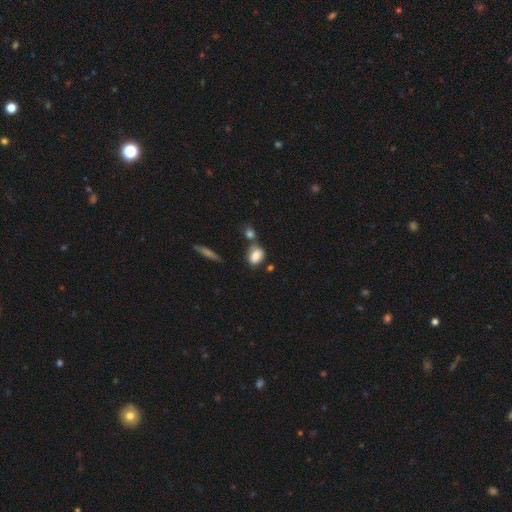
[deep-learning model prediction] This is likely a smooth galaxy (80%). How rounded: likely in between (73%). Merging: possibly none (54%).